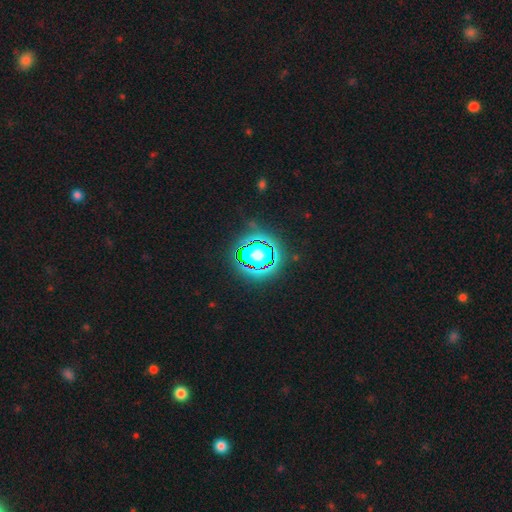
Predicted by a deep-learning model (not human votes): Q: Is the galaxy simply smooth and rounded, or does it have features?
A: star or artifact — 61%.